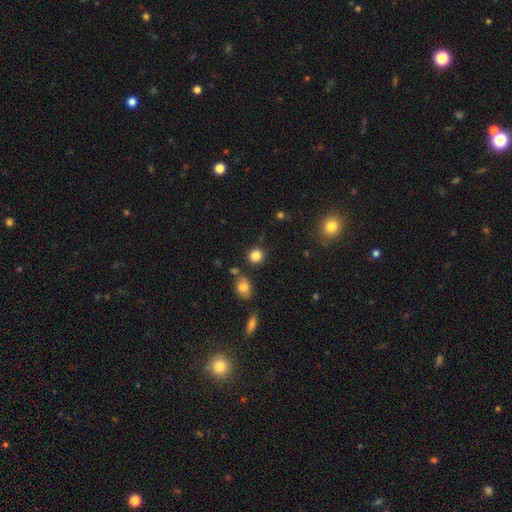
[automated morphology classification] smooth 85%, star or artifact 11%, featured or disk 4%. Down the decision tree: how rounded — round (87%); merging — none (83%).